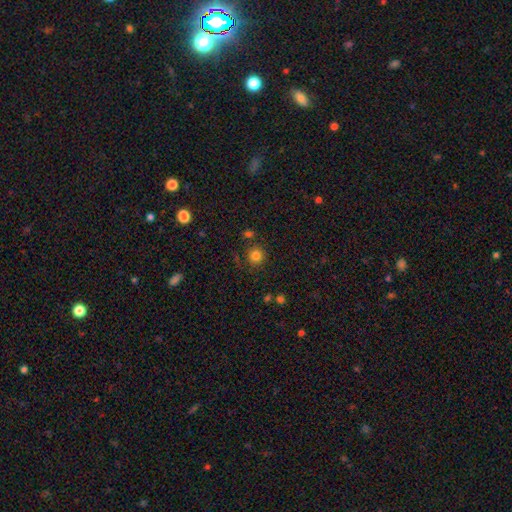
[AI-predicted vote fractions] smooth-or-featured: smooth: 82% | star or artifact: 13% | featured or disk: 5%
  how-rounded: round: 93% | in between: 6% | cigar-shaped: 1%
  merging: none: 84% | minor disturbance: 9% | merger: 5% | major disturbance: 3%